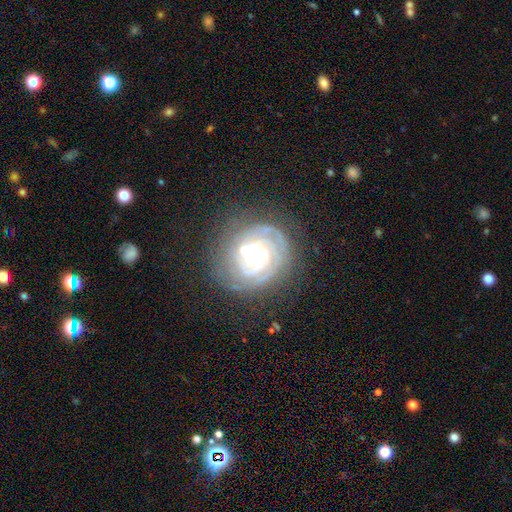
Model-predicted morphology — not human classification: Smooth or featured: featured or disk — 84% (smooth — 8%)
Edge-on disk: no — 97% (yes — 3%)
Bar: no — 69% (weak — 22%)
Spiral arms: yes — 97% (no — 3%)
Spiral winding: tight — 83% (medium — 15%)
Spiral arm count: 3 — 26% (tied with 2 — 26%)
Bulge size: moderate — 57% (small — 32%)
Merging: none — 76% (minor disturbance — 15%)